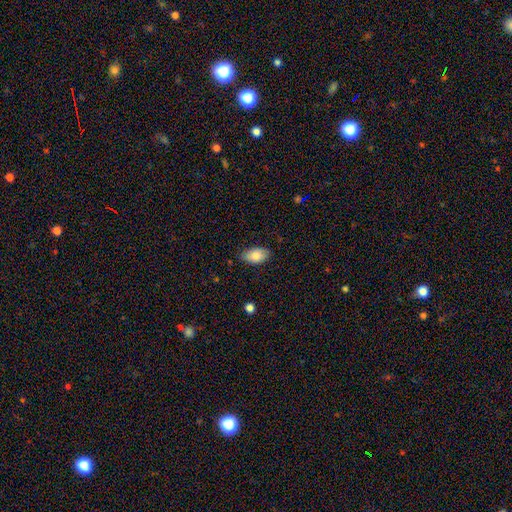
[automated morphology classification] Smooth or featured?
  - smooth: 81% *
  - featured or disk: 12%
  - star or artifact: 7%
How rounded?
  - in between: 93% *
  - round: 5%
  - cigar-shaped: 2%
Merging?
  - none: 80% *
  - minor disturbance: 17%
  - major disturbance: 3%
  - merger: 1%